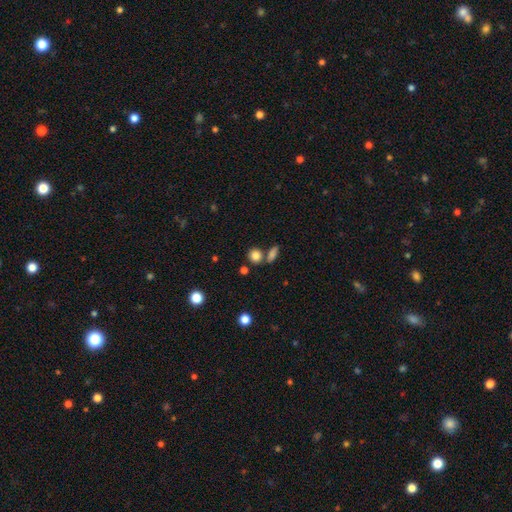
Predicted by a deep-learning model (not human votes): The model was most divided on "merging": none: 65%, merger: 22%, minor disturbance: 9%, major disturbance: 3%. More confident: smooth or featured — smooth (83%); how rounded — round (78%).